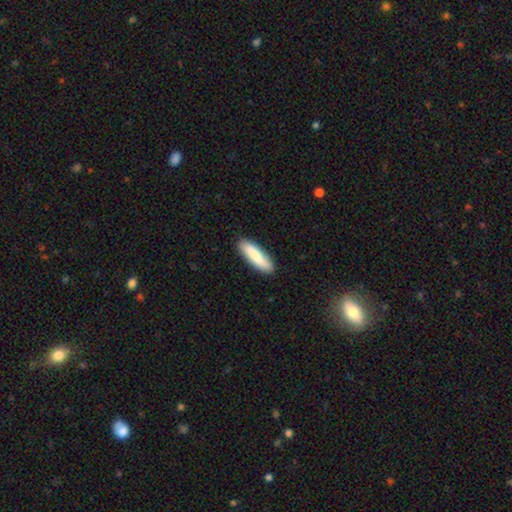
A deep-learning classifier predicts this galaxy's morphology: Q: Smooth or featured?
A: smooth (79%); runner-up: featured or disk (15%)
Q: How rounded?
A: cigar-shaped (65%); runner-up: in between (33%)
Q: Merging?
A: none (88%); runner-up: minor disturbance (9%)